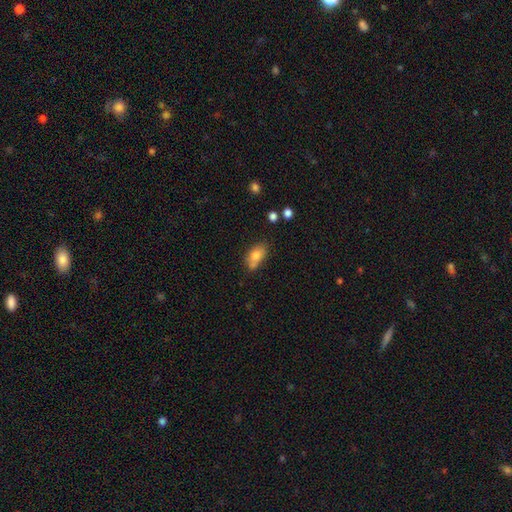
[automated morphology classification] A smooth galaxy with no disk features (77%) that is in between round and cigar-shaped (87%).

Vote fractions:
- Smooth or featured? smooth: 77% / featured or disk: 14% / star or artifact: 9%
- How rounded? in between: 87% / round: 8% / cigar-shaped: 5%
- Merging? none: 53% / minor disturbance: 26% / merger: 14% / major disturbance: 7%